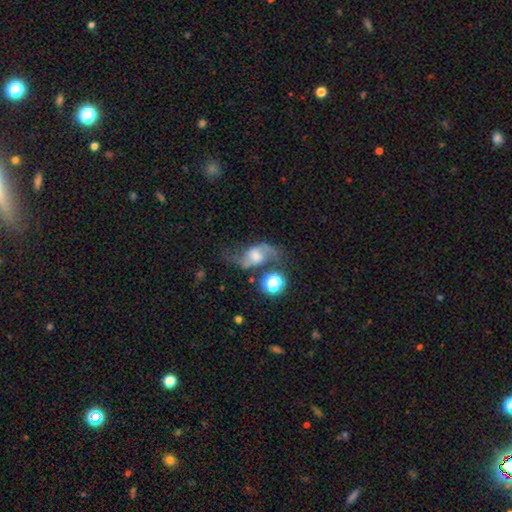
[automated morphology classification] A featured or disk galaxy (73%) with a weak bar (43%), 2 (91%) loose (75%) spiral arms (92%) and a moderate central bulge (43%).

Vote fractions:
- Smooth or featured? featured or disk: 73% / smooth: 16% / star or artifact: 12%
- Edge-on disk? no: 95% / yes: 5%
- Bar? weak: 43% / no: 42% / strong: 15%
- Spiral arms? yes: 92% / no: 8%
- Spiral winding? loose: 75% / medium: 21% / tight: 5%
- Spiral arm count? 2: 91% / can't tell: 3% / 1: 3% / 3: 1% / 4: 1% / more than 4: 1%
- Bulge size? moderate: 43% / small: 26% / large: 17% / none: 11% / dominant: 3%
- Merging? none: 58% / minor disturbance: 18% / major disturbance: 15% / merger: 9%